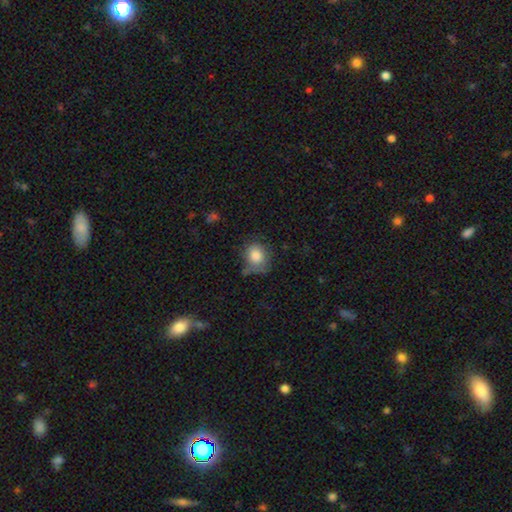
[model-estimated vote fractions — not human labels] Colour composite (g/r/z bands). It shows a smooth galaxy with no disk features (82%) that is round (61%). Merging: none (57%).